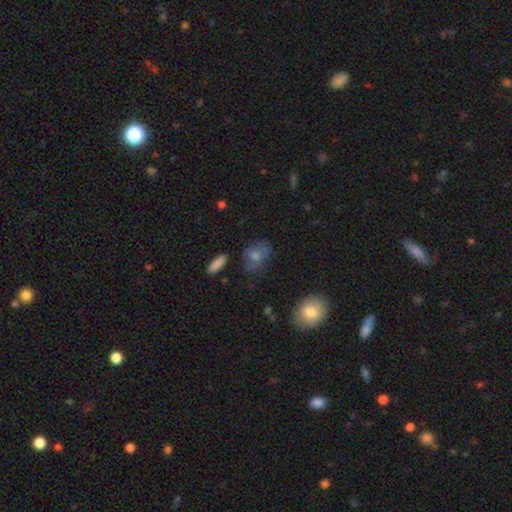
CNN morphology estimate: Smooth or featured?
  - smooth: 61% *
  - featured or disk: 22%
  - star or artifact: 16%
How rounded?
  - in between: 68% *
  - round: 29%
  - cigar-shaped: 3%
Merging?
  - none: 66% *
  - minor disturbance: 22%
  - major disturbance: 9%
  - merger: 4%